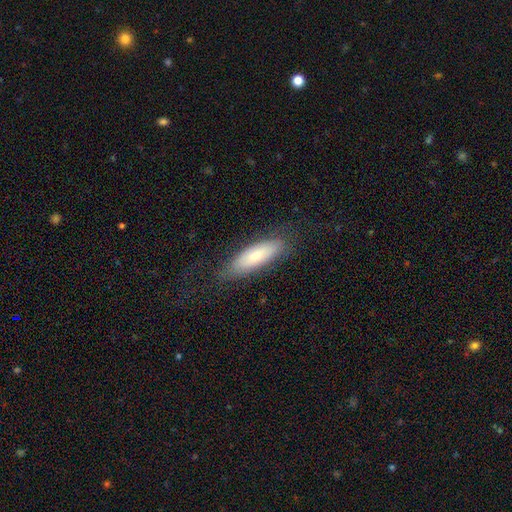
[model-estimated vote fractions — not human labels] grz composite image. It shows a smooth galaxy with no disk features (68%) that is in between round and cigar-shaped (55%). Merging: none (77%).